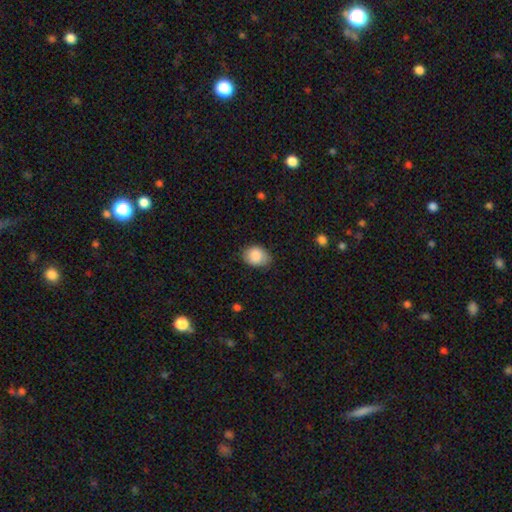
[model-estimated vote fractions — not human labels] smooth-or-featured: smooth: 84% | featured or disk: 9% | star or artifact: 7%
  how-rounded: in between: 68% | round: 31% | cigar-shaped: 1%
  merging: none: 74% | minor disturbance: 21% | major disturbance: 4% | merger: 1%